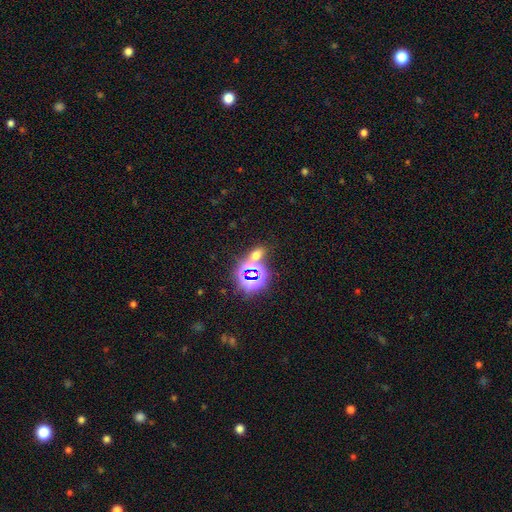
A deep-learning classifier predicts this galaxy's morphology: star or artifact 49%, smooth 42%, featured or disk 9%.